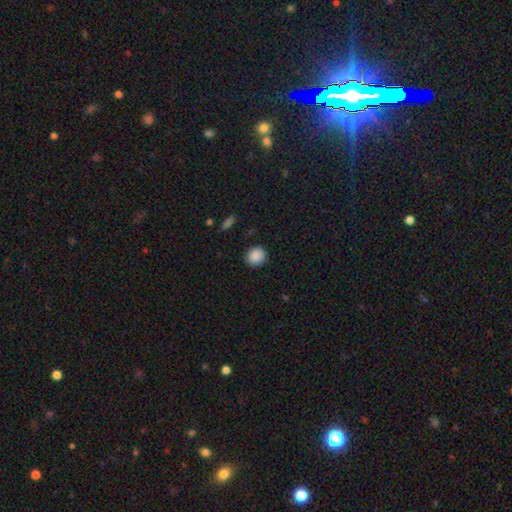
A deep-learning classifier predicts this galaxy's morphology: This is clearly a smooth galaxy (88%). How rounded: likely round (79%). Merging: clearly none (87%).